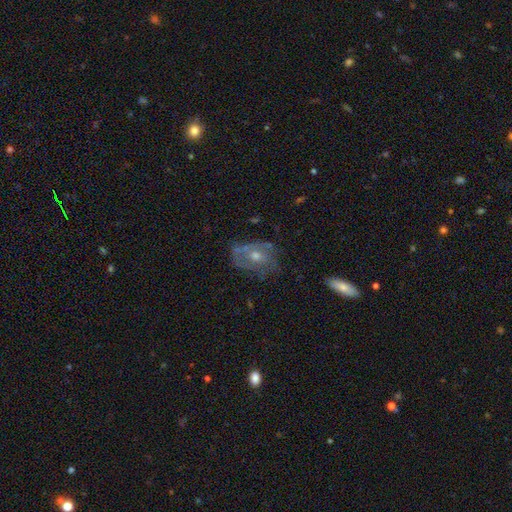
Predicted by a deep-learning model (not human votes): Overall: featured or disk (66%). Edge-on disk: no (95%). Bar: no (77%). Spiral arms: yes (61%; no 39%). Bulge size: moderate (60%; small 33%). Merging: none (61%; minor disturbance 22%).